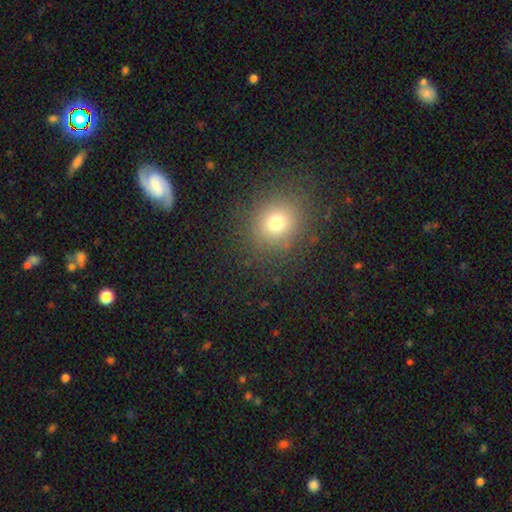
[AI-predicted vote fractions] This appears to be a smooth galaxy with no disk features (65%) that is round (77%). Merging: none (88%).